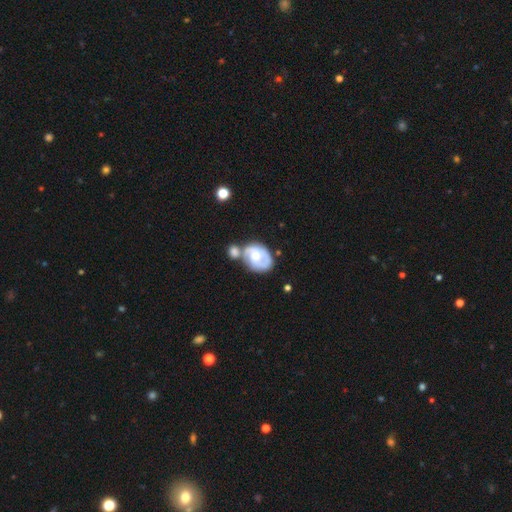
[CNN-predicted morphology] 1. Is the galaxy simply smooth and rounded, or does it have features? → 67% featured or disk, 27% smooth, 5% star or artifact.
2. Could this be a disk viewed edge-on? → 97% no, 3% yes.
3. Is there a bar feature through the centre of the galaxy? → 67% no, 28% weak, 6% strong.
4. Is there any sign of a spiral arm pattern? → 77% yes, 23% no.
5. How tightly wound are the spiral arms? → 46% tight, 38% medium, 16% loose.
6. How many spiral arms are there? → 57% 2, 19% can't tell, 17% 1, 4% 3, 1% 4, 1% more than 4.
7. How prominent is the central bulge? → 65% moderate, 25% small, 7% large, 2% none, 1% dominant.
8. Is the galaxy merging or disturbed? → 41% merger, 31% none, 18% minor disturbance, 10% major disturbance.